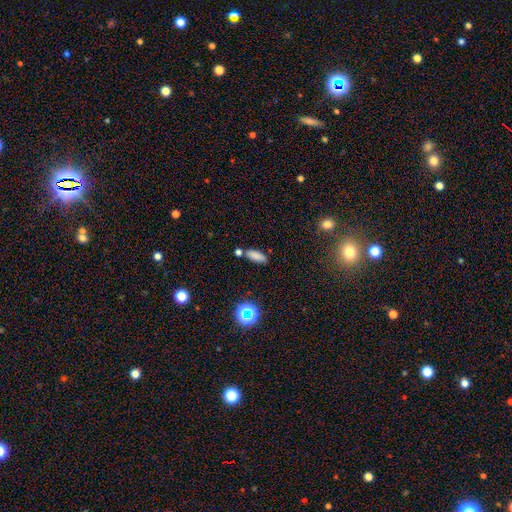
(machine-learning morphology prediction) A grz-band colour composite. It shows a smooth galaxy with no disk features (79%) that is in between round and cigar-shaped (70%). Merging: none (71%).